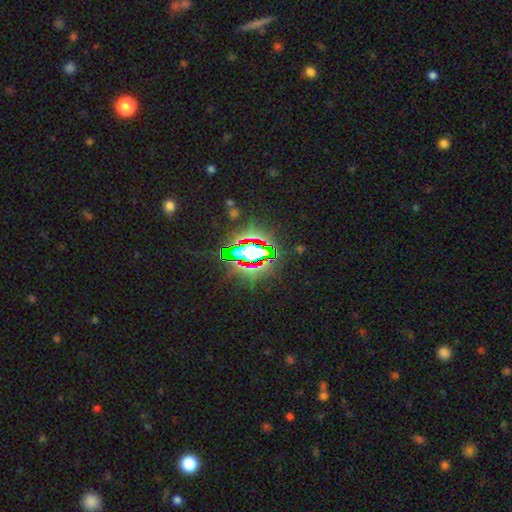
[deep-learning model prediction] smooth_or_featured: star or artifact (p=0.72) [alt: smooth p=0.16]